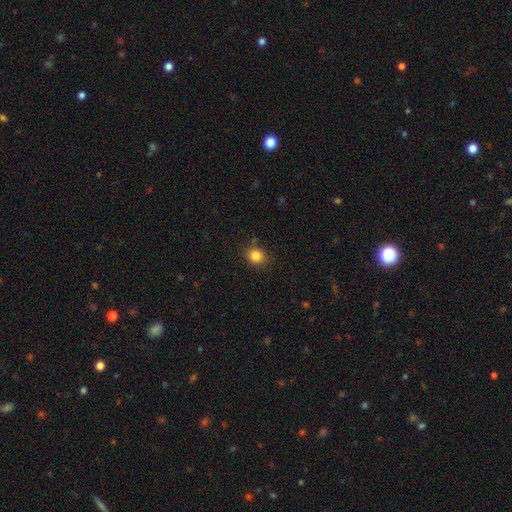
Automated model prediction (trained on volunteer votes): Morphology: type=smooth (84%); roundness=round (62%); merging=none (85%).